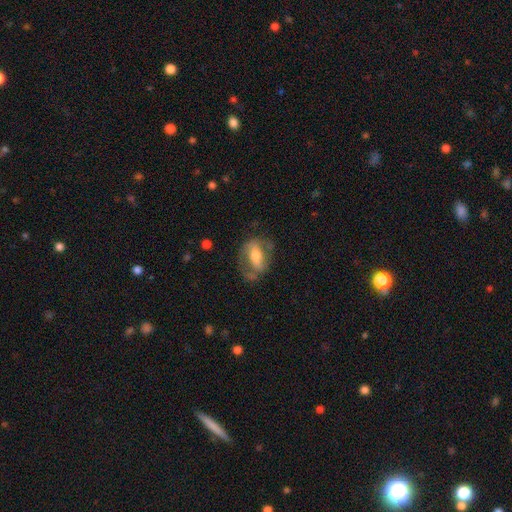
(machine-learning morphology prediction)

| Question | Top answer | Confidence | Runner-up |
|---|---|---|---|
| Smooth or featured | featured or disk | 53% | smooth (40%) |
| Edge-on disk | no | 86% | yes (14%) |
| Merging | none | 58% | minor disturbance (23%) |